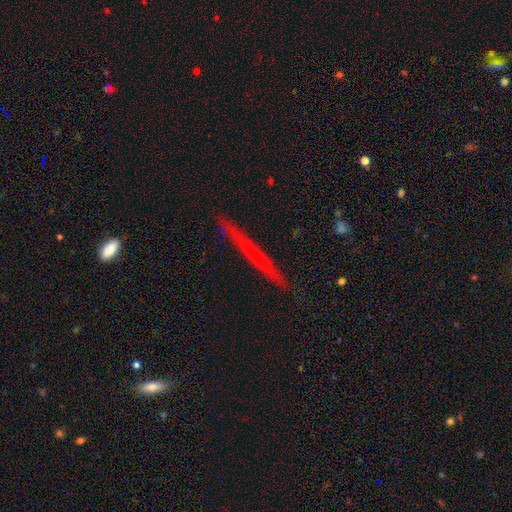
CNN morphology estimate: A featured or disk galaxy (50%). Merging: none (88%).